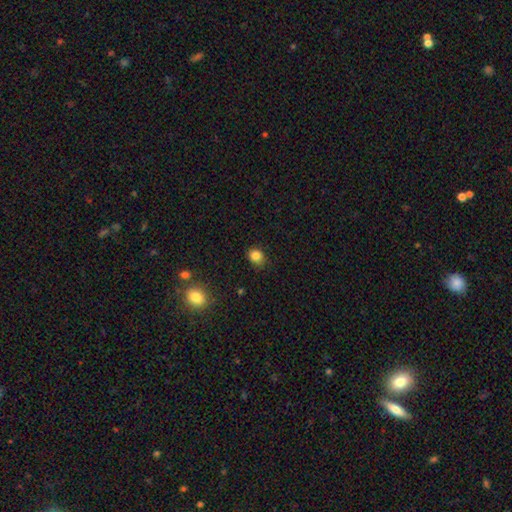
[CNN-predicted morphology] Overall: smooth (83%). How rounded: round (58%; in between 42%). Merging: none (76%).